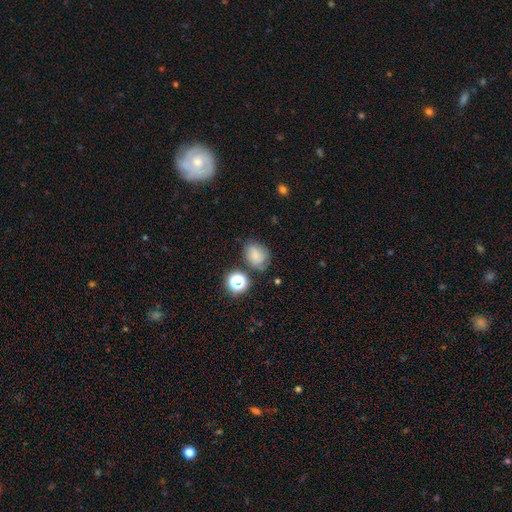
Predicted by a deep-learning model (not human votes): smooth-or-featured: smooth: 59% | featured or disk: 23% | star or artifact: 17%
  how-rounded: in between: 54% | round: 45% | cigar-shaped: 1%
  merging: none: 61% | minor disturbance: 24% | major disturbance: 9% | merger: 7%